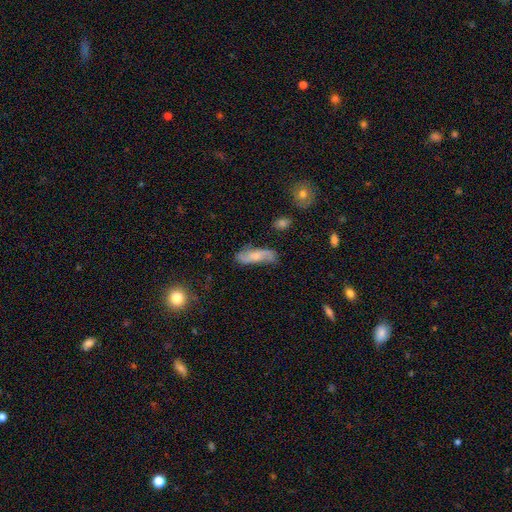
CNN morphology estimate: smooth-or-featured: featured or disk: 54% | smooth: 39% | star or artifact: 7%
  disk-edge-on: no: 85% | yes: 15%
  merging: none: 68% | minor disturbance: 22% | major disturbance: 7% | merger: 3%